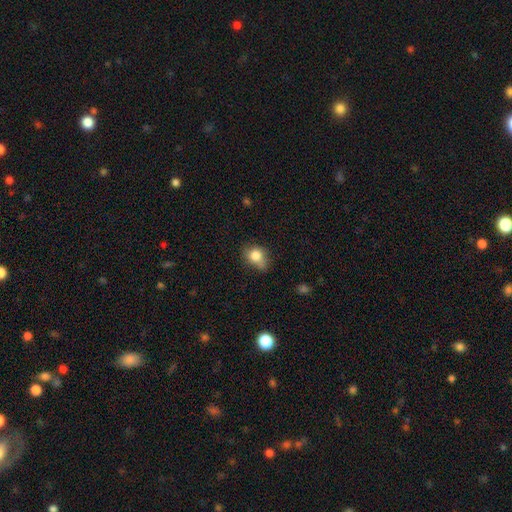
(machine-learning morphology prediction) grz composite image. It shows a smooth galaxy with no disk features (78%) that is in between round and cigar-shaped (56%). Merging: none (53%).